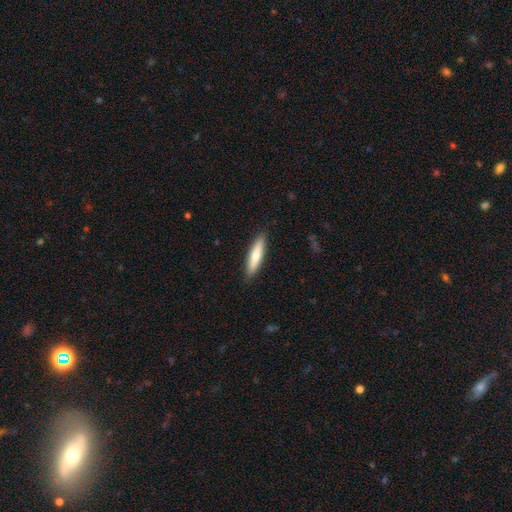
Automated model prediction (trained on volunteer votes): A smooth galaxy with no disk features (69%) that is cigar-shaped (82%). Merging: none (89%).